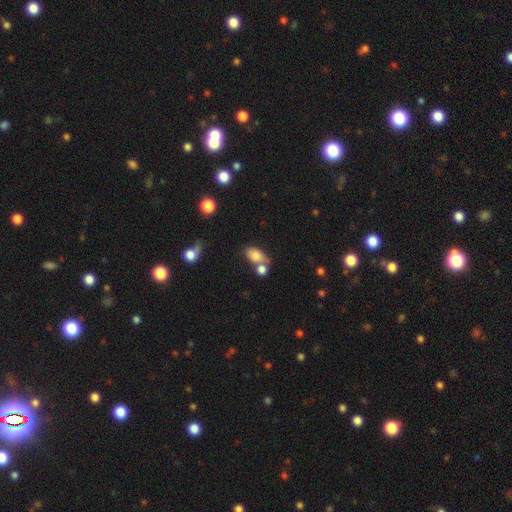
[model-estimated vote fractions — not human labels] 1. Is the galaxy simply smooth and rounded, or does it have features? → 77% smooth, 13% featured or disk, 10% star or artifact.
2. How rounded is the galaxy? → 83% in between, 15% round, 2% cigar-shaped.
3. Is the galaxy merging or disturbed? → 42% none, 36% merger, 15% minor disturbance, 7% major disturbance.